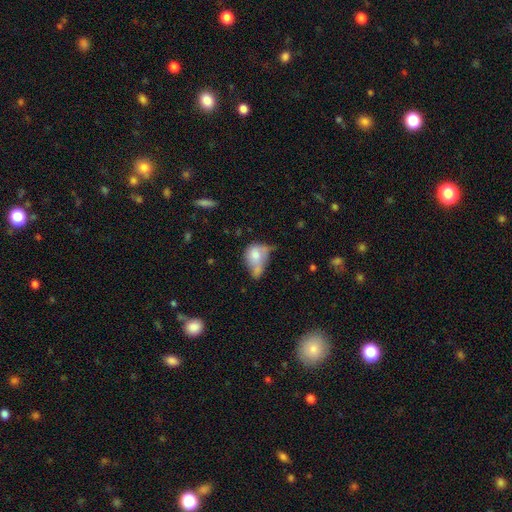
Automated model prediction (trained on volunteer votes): Smooth or featured? smooth (66%)
How rounded? in between (64%)
Merging? merger (39%)